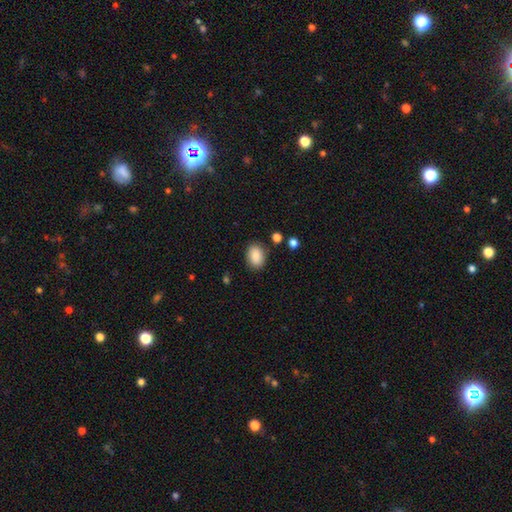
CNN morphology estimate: Smooth or featured? smooth (87%)
How rounded? in between (77%)
Merging? none (85%)